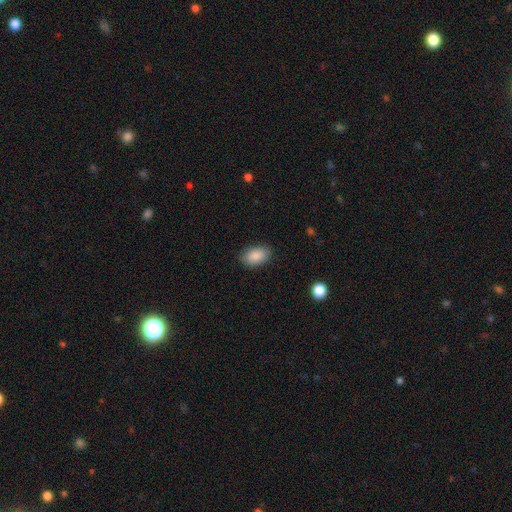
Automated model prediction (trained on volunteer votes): This is clearly a smooth galaxy (88%). How rounded: clearly in between (92%). Merging: clearly none (86%).